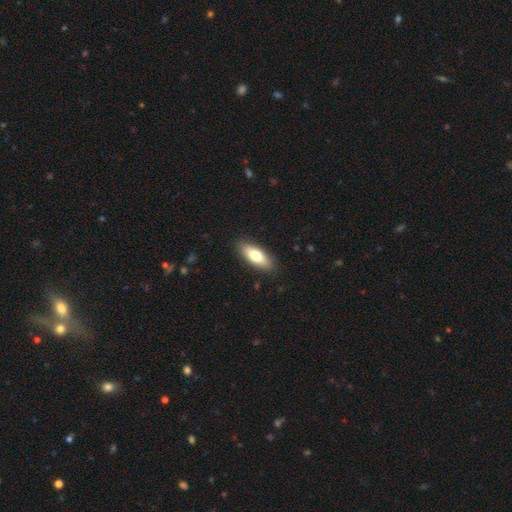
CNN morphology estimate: The model was most divided on "how rounded": in between: 75%, cigar-shaped: 23%, round: 2%. More confident: merging — none (88%); smooth or featured — smooth (74%).